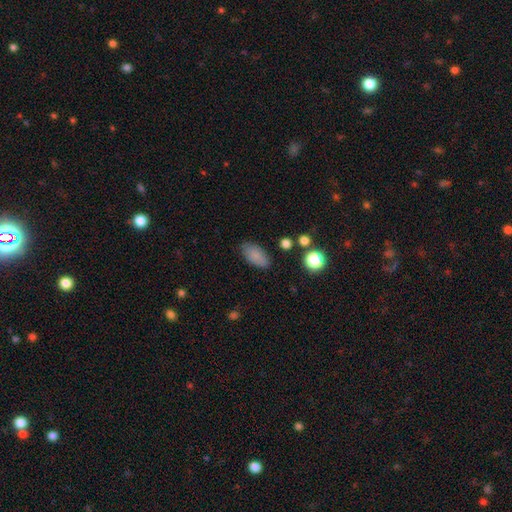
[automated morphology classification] A smooth galaxy with no disk features (83%) that is in between round and cigar-shaped (91%). Merging: none (83%).